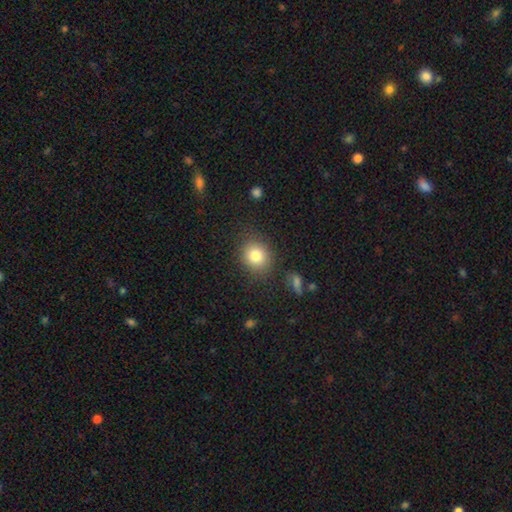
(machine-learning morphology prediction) Smooth or featured?
  - smooth: 81% *
  - star or artifact: 11%
  - featured or disk: 8%
How rounded?
  - round: 76% *
  - in between: 23%
  - cigar-shaped: 1%
Merging?
  - none: 84% *
  - minor disturbance: 11%
  - major disturbance: 4%
  - merger: 2%